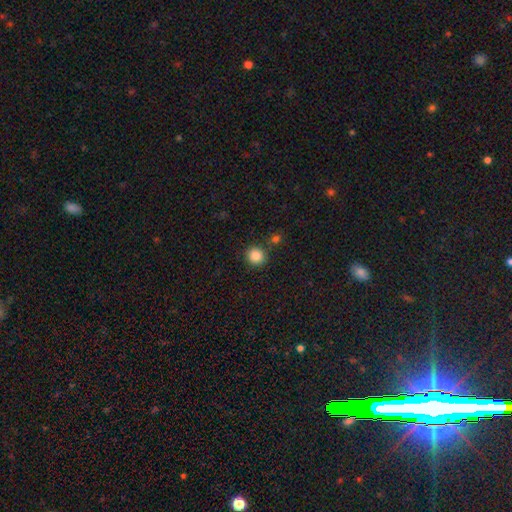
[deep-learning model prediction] Smooth or featured? Predicted: smooth (p=0.86). How rounded? Predicted: round (p=0.90). Merging? Predicted: none (p=0.84).